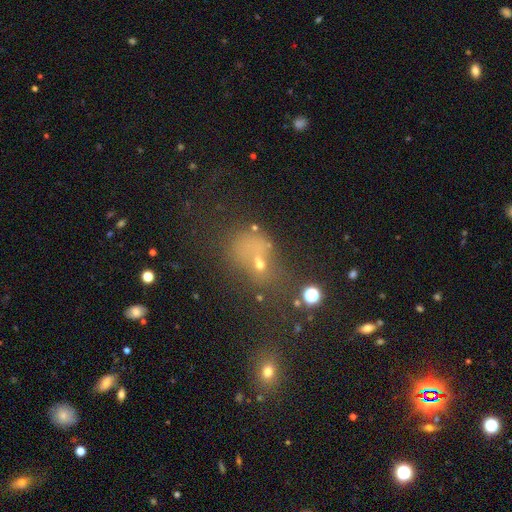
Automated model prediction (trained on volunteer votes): The model was most divided on "smooth or featured": smooth: 46%, star or artifact: 35%, featured or disk: 19%. Remaining: merging — none (35%).